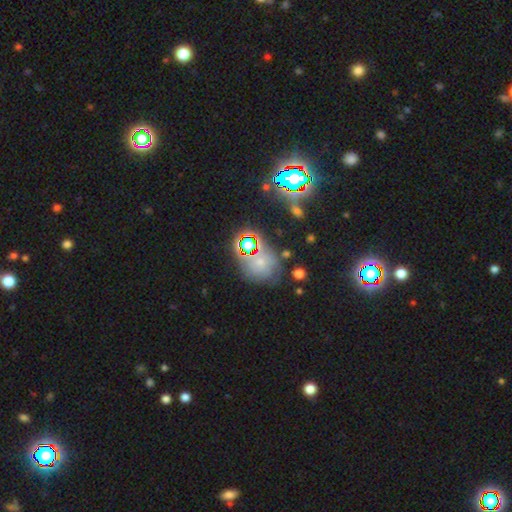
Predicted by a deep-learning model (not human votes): Smooth or featured?
  - star or artifact: 55% *
  - smooth: 27%
  - featured or disk: 18%